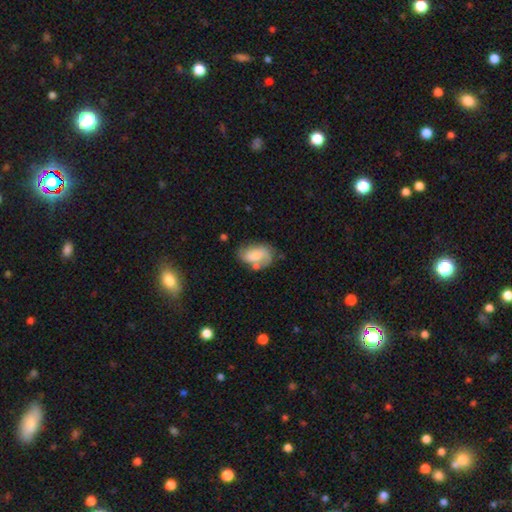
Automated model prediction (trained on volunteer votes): Smooth or featured: smooth — 51% (featured or disk — 41%)
How rounded: in between — 86% (round — 12%)
Merging: none — 51% (minor disturbance — 27%)